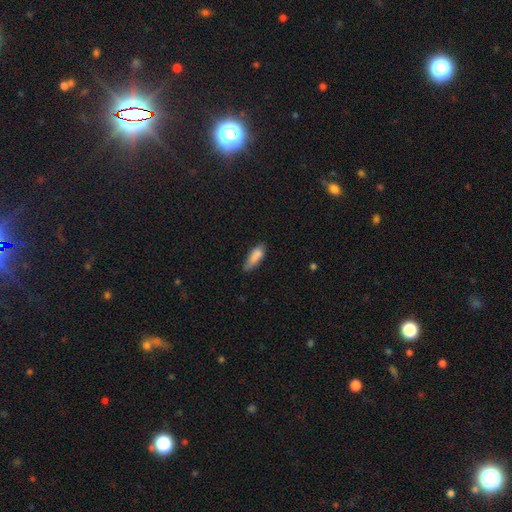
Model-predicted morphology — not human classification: Overall: smooth (84%). How rounded: in between (56%; cigar-shaped 42%). Merging: none (60%; minor disturbance 31%).